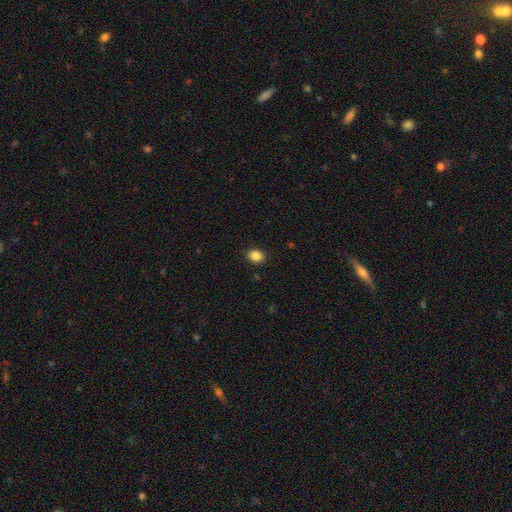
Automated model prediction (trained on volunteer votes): Smooth or featured?
  - smooth: 87% *
  - star or artifact: 9%
  - featured or disk: 3%
How rounded?
  - in between: 53% *
  - round: 46%
  - cigar-shaped: 1%
Merging?
  - none: 87% *
  - minor disturbance: 10%
  - major disturbance: 2%
  - merger: 1%